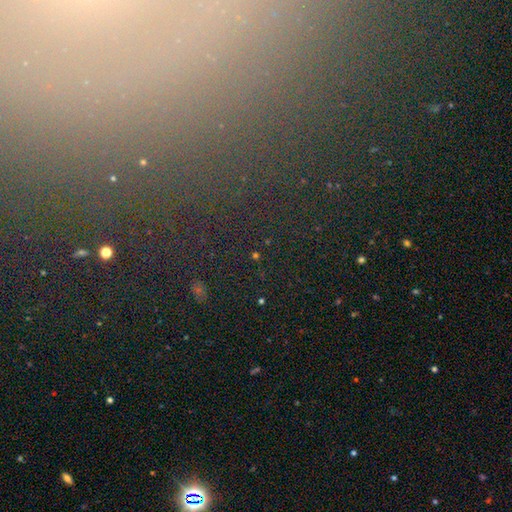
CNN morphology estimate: This is likely a star or artifact rather than a galaxy (71%).